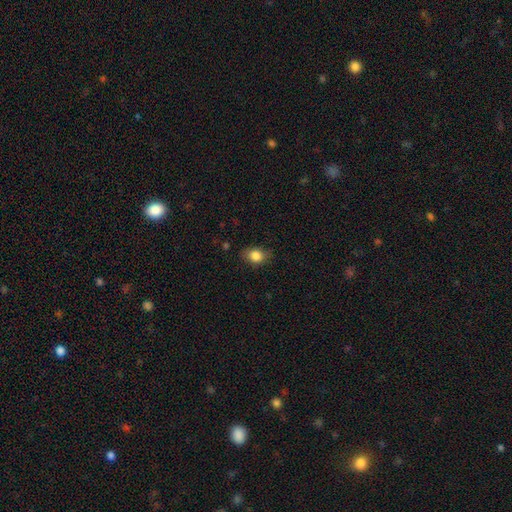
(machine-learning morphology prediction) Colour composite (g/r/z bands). It shows a smooth galaxy with no disk features (84%) that is in between round and cigar-shaped (66%). Merging: none (78%).